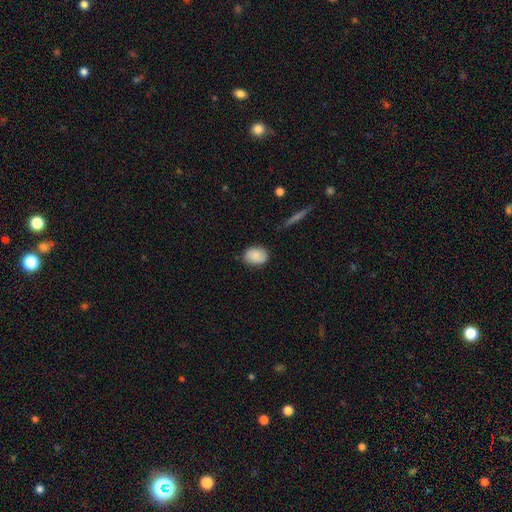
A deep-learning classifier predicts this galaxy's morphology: A smooth galaxy with no disk features (85%) that is in between round and cigar-shaped (67%).

Vote fractions:
- Smooth or featured? smooth: 85% / featured or disk: 8% / star or artifact: 7%
- How rounded? in between: 67% / round: 32% / cigar-shaped: 1%
- Merging? none: 78% / minor disturbance: 17% / major disturbance: 3% / merger: 2%